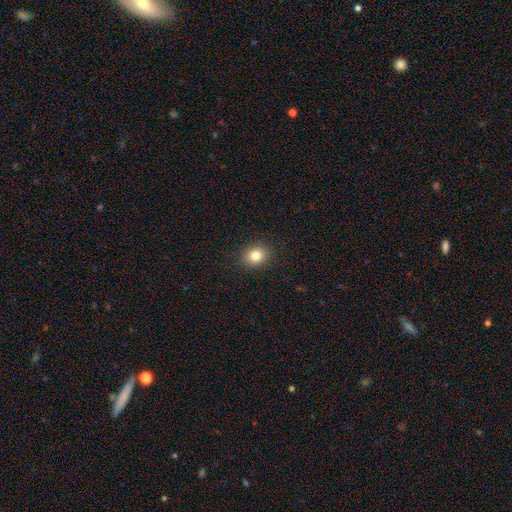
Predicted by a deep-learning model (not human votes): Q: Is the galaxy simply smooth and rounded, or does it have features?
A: smooth — 81%.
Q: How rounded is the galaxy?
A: round — 61%.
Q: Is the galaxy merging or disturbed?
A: none — 89%.